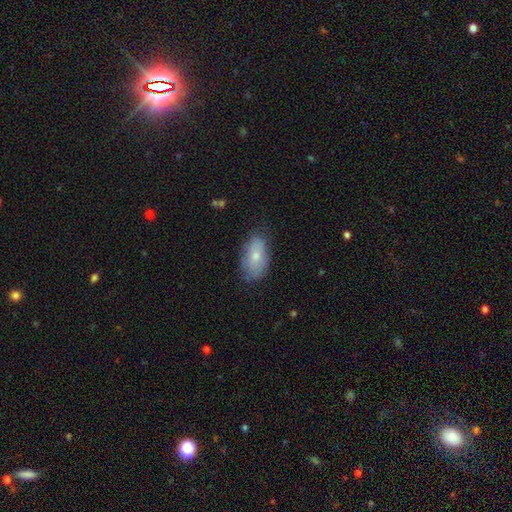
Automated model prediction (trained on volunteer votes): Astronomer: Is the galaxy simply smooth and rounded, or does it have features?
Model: smooth — 73%.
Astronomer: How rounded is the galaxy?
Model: in between — 92%.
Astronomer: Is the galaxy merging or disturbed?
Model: none — 69%.